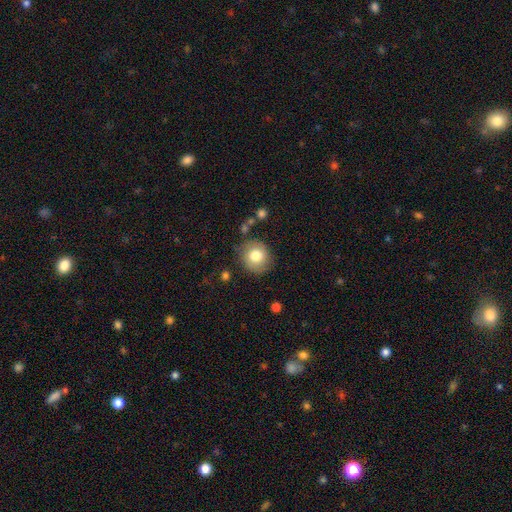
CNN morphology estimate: This is likely a smooth galaxy (78%). How rounded: clearly round (85%). Merging: clearly none (81%).